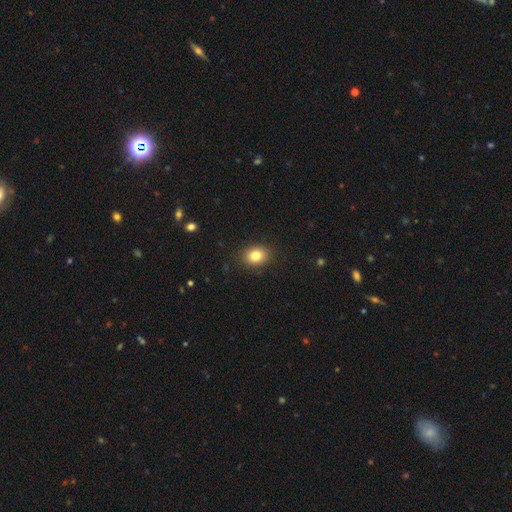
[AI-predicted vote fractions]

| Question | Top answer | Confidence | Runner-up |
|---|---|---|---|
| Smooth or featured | smooth | 82% | star or artifact (10%) |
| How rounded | round | 50% | in between (49%) |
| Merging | none | 89% | minor disturbance (8%) |